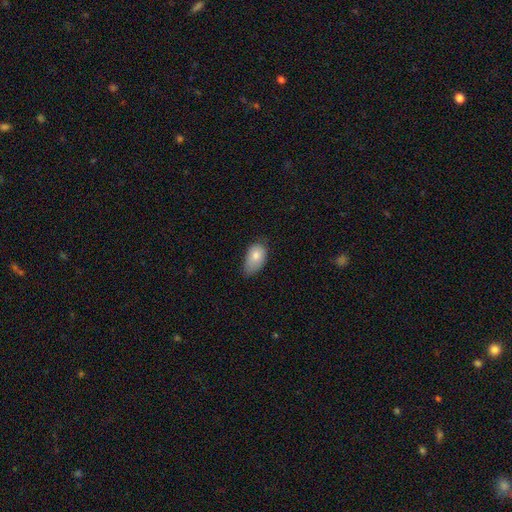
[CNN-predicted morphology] smooth 81%, featured or disk 12%, star or artifact 8%. Down the decision tree: how rounded — in between (91%); merging — none (46%).